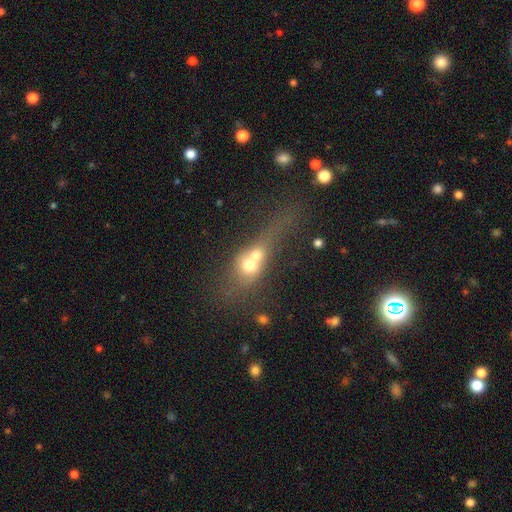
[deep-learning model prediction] Smooth or featured? Predicted: smooth (p=0.56). How rounded? Predicted: round (p=0.49). Merging? Predicted: merger (p=0.75).